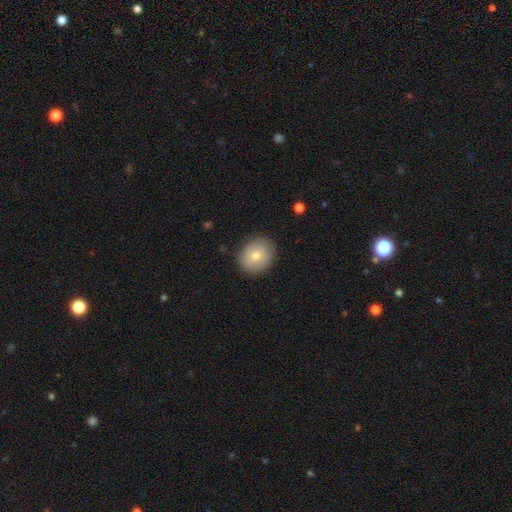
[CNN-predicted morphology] smooth 78%, featured or disk 14%, star or artifact 8%. Down the decision tree: how rounded — round (67%); merging — none (86%).